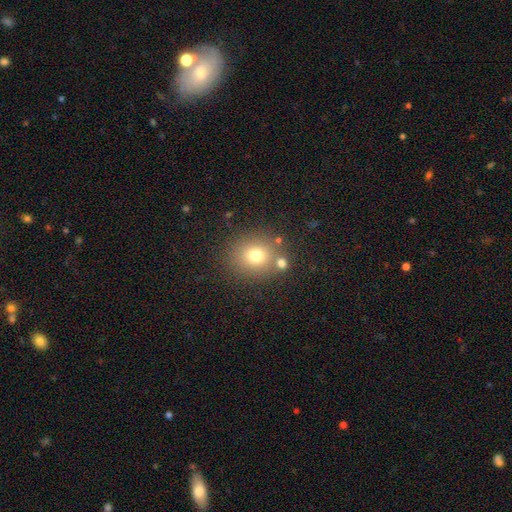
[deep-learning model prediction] This is likely a smooth galaxy (73%). How rounded: clearly round (82%). Merging: likely none (74%).